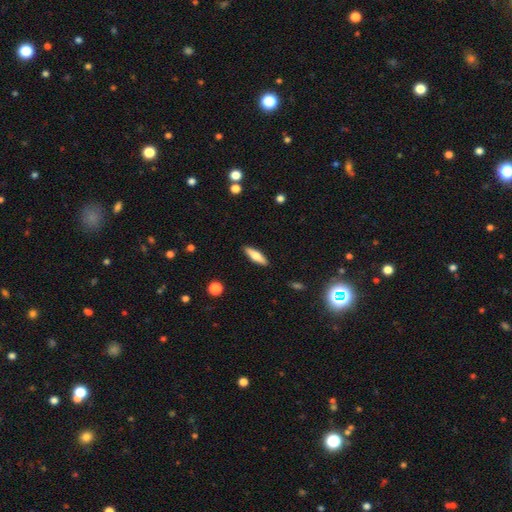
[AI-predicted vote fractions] Smooth or featured: smooth — 63% (featured or disk — 31%)
How rounded: cigar-shaped — 60% (in between — 38%)
Merging: none — 89% (minor disturbance — 8%)